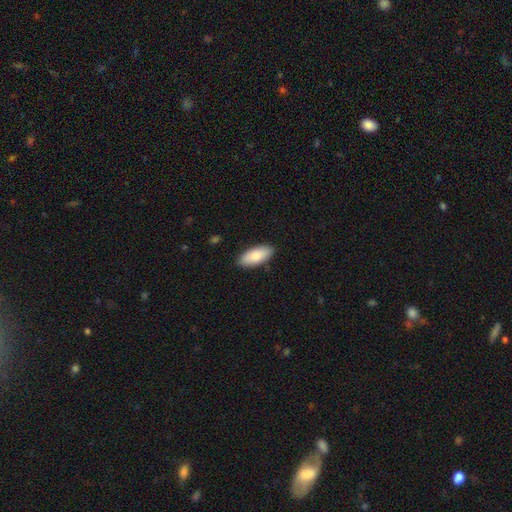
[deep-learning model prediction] A smooth galaxy with no disk features (83%) that is in between round and cigar-shaped (87%). Merging: none (88%).